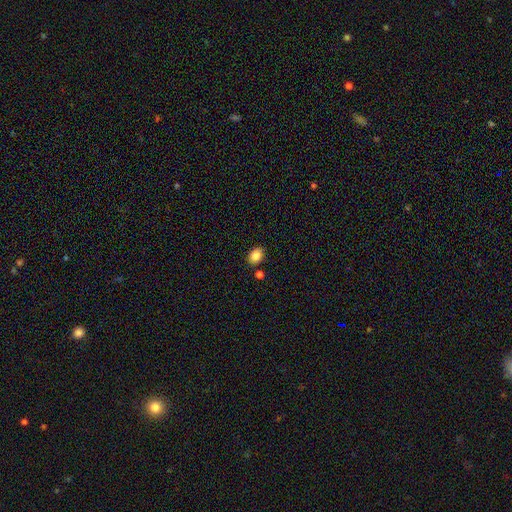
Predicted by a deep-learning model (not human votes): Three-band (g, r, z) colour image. It shows a smooth galaxy with no disk features (86%) that is in between round and cigar-shaped (66%). Merging: none (84%).